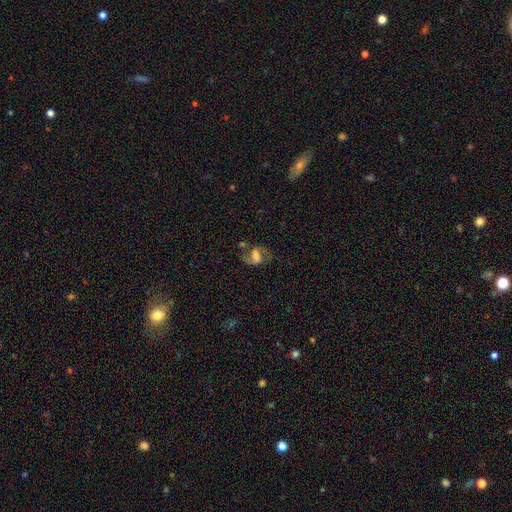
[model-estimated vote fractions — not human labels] This appears to be a featured or disk galaxy (74%) with a weak bar (46%), 2 (90%) medium (49%) spiral arms (92%) and a moderate central bulge (35%). Merging: none (68%).